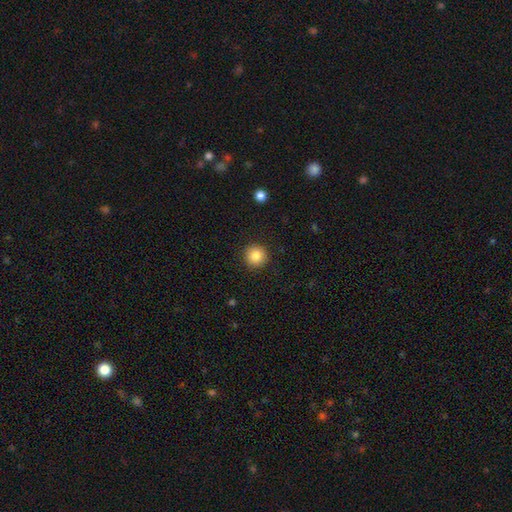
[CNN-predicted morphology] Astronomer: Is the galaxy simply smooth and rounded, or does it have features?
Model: smooth — 85%.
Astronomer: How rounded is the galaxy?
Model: round — 95%.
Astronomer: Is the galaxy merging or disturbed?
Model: none — 91%.